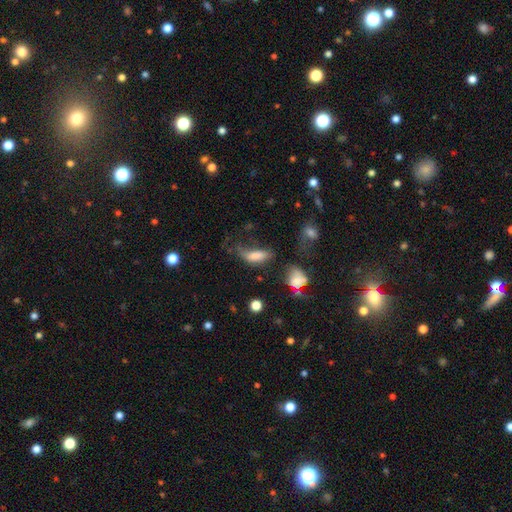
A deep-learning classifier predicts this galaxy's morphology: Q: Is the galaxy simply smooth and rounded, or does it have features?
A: smooth — 68%.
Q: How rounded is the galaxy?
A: in between — 72%.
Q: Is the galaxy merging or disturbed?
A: major disturbance — 37%.